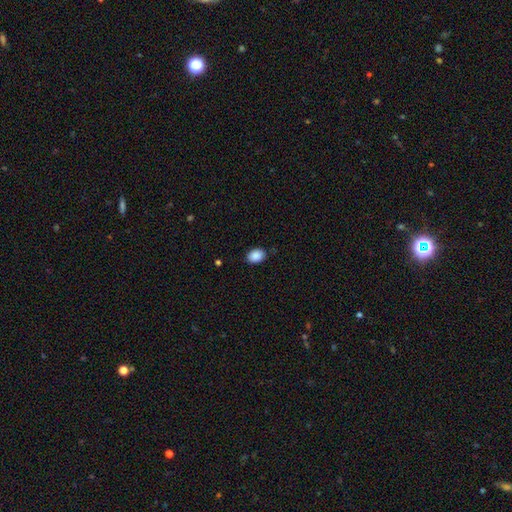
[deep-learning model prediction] Morphology: type=smooth (89%); roundness=in between (73%); merging=none (85%).